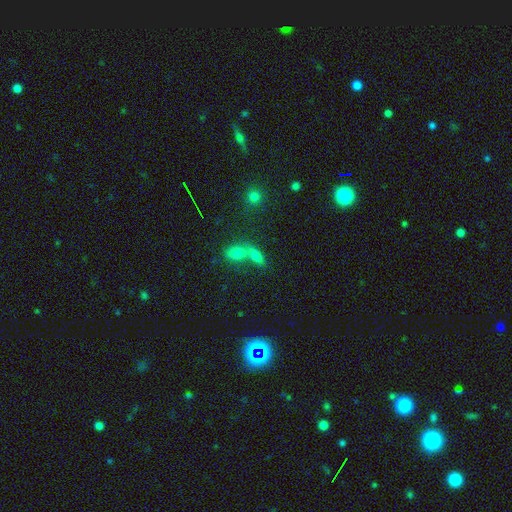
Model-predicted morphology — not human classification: Smooth or featured? smooth (72%)
How rounded? in between (76%)
Merging? merger (60%)